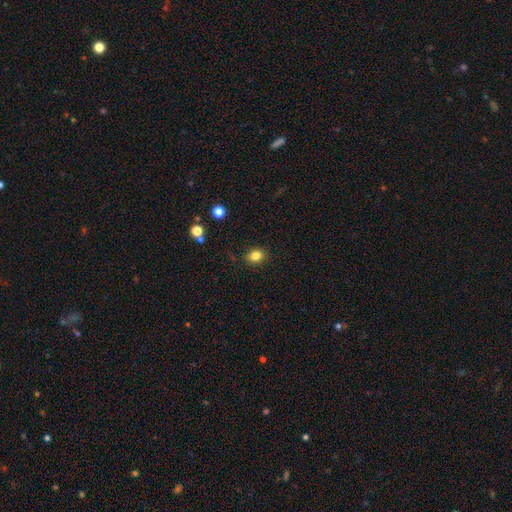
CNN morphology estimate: Smooth or featured?
  - smooth: 82% *
  - star or artifact: 12%
  - featured or disk: 6%
How rounded?
  - in between: 51% *
  - round: 48%
  - cigar-shaped: 1%
Merging?
  - none: 87% *
  - minor disturbance: 10%
  - major disturbance: 2%
  - merger: 1%